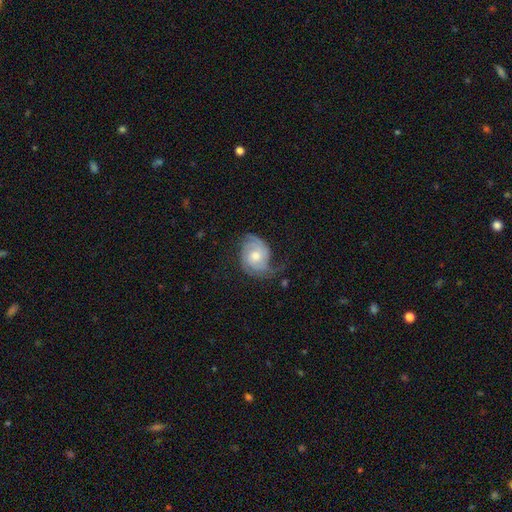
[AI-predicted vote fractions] smooth_or_featured: featured or disk (p=0.78) [alt: smooth p=0.16]
disk_edge_on: no (p=0.97) [alt: yes p=0.03]
bar: no (p=0.73) [alt: weak p=0.24]
has_spiral_arms: yes (p=0.95) [alt: no p=0.05]
spiral_winding: tight (p=0.49) [alt: medium p=0.36]
spiral_arm_count: 2 (p=0.46) [alt: 3 p=0.22]
bulge_size: moderate (p=0.67) [alt: small p=0.24]
merging: none (p=0.54) [alt: minor disturbance p=0.27]